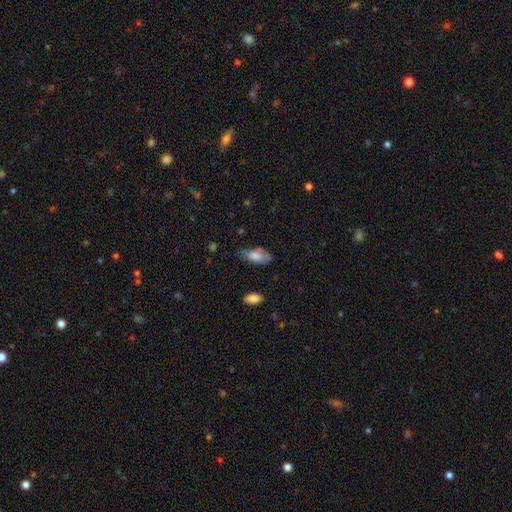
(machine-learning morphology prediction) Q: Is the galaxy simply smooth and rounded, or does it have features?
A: smooth — 77%.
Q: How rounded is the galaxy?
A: in between — 91%.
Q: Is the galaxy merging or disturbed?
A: none — 47%.